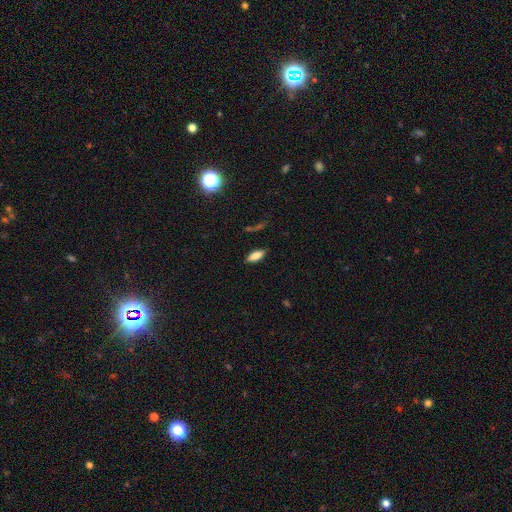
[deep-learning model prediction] A smooth galaxy with no disk features (83%) that is in between round and cigar-shaped (74%).

Vote fractions:
- Smooth or featured? smooth: 83% / star or artifact: 8% / featured or disk: 8%
- How rounded? in between: 74% / cigar-shaped: 23% / round: 2%
- Merging? none: 85% / minor disturbance: 11% / major disturbance: 3% / merger: 2%